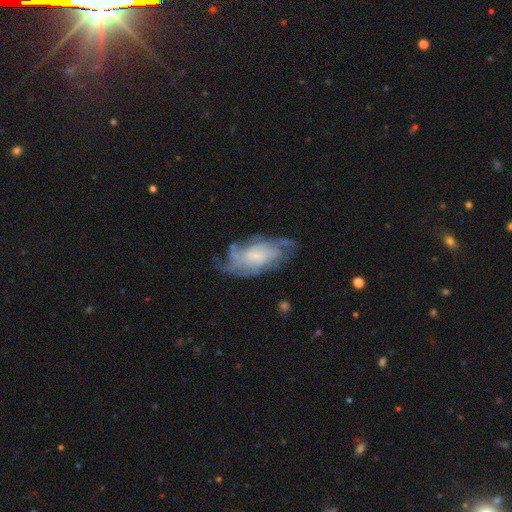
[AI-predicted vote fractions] This is likely a featured or disk galaxy (76%). It is clearly not viewed edge-on (94%). Bar: likely no (63%). Spiral arm pattern: clearly yes (90%). Spiral arm count: possibly can't tell (46%). Spiral winding: possibly tight (49%). Central bulge: possibly small (46%). Merging: likely none (63%).